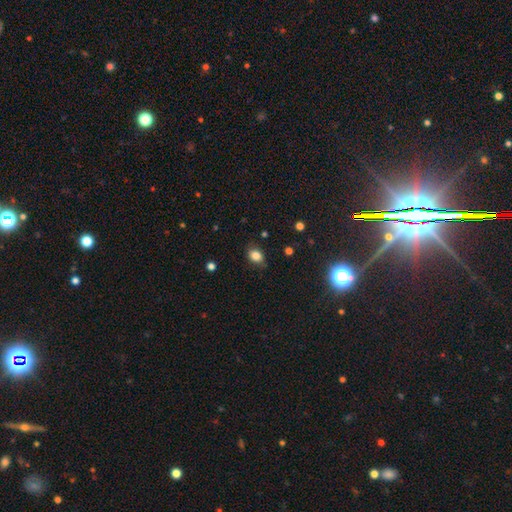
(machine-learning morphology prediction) This is clearly a smooth galaxy (82%). How rounded: likely in between (68%). Merging: likely none (75%).